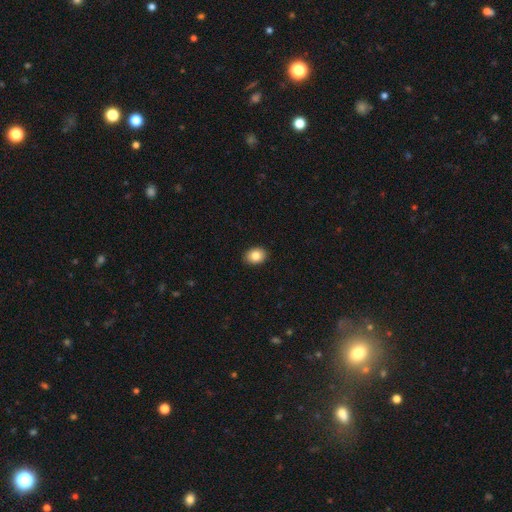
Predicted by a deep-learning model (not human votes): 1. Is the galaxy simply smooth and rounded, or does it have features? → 85% smooth, 8% star or artifact, 7% featured or disk.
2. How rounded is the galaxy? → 59% in between, 40% round, 1% cigar-shaped.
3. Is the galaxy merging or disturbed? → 91% none, 6% minor disturbance, 2% major disturbance, 1% merger.